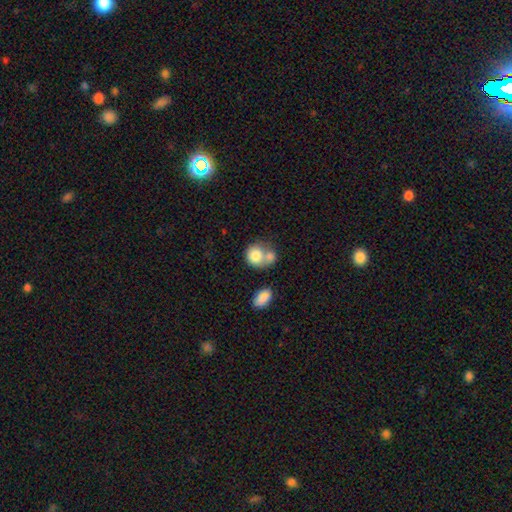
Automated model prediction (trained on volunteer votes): Q: Smooth or featured?
A: smooth (77%); runner-up: featured or disk (15%)
Q: How rounded?
A: round (70%); runner-up: in between (29%)
Q: Merging?
A: merger (56%); runner-up: none (29%)